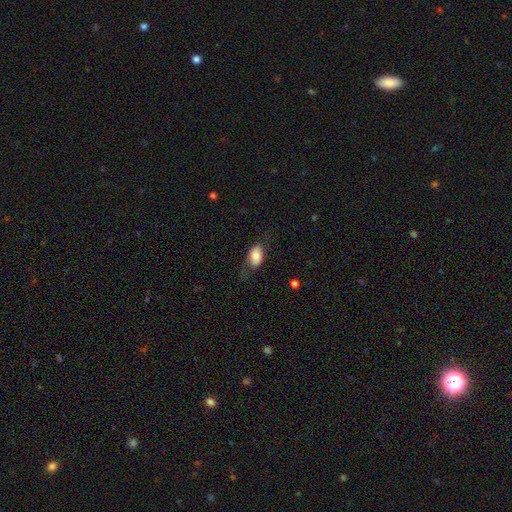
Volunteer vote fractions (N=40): Q: Smooth or featured?
A: smooth (65%); runner-up: featured or disk (22%)
Q: How rounded?
A: in between (92%); runner-up: cigar-shaped (8%)
Q: Merging?
A: none (57%); runner-up: minor disturbance (31%)